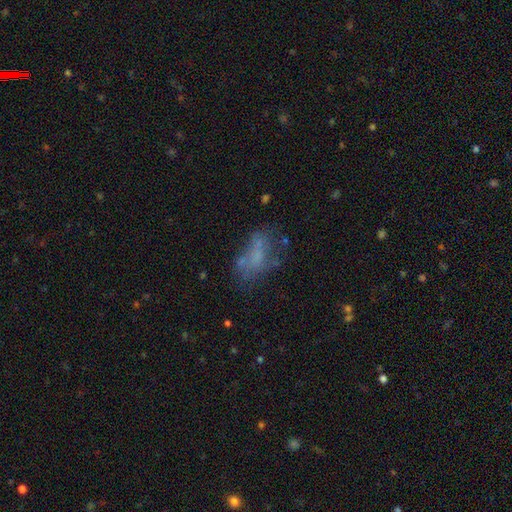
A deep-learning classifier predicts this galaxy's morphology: Smooth or featured?
  - smooth: 44% *
  - featured or disk: 39%
  - star or artifact: 18%
Merging?
  - none: 40% *
  - major disturbance: 27%
  - minor disturbance: 21%
  - merger: 12%